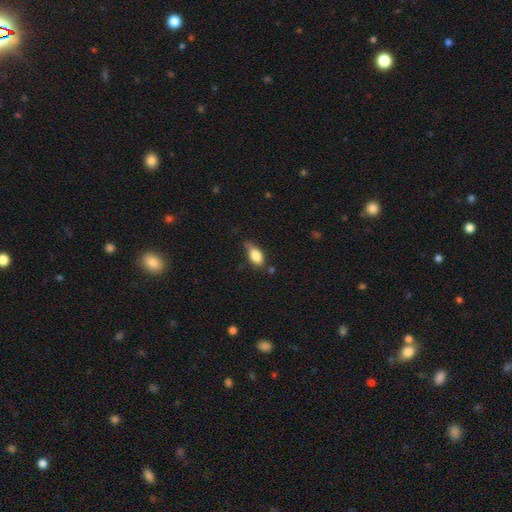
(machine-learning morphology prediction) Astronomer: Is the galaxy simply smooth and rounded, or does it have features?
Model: smooth — 80%.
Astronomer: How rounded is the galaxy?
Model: in between — 86%.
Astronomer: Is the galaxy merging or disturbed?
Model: none — 50% (runner-up: minor disturbance, 36%).